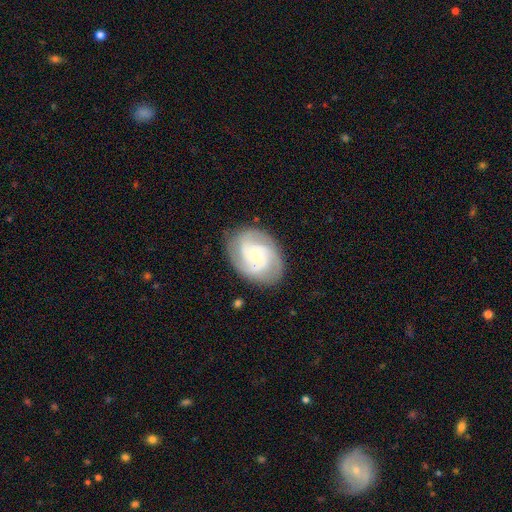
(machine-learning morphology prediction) type=featured or disk (85%); edge-on=no (97%); bar=no (65%); spiral arms=yes (97%); winding=tight (55%); arm count=3 (43%); bulge=small (53%); merging=none (81%).